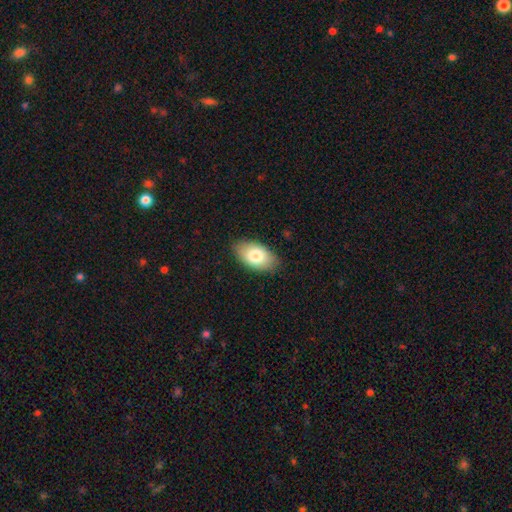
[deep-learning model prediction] A smooth galaxy with no disk features (79%) that is in between round and cigar-shaped (94%). Merging: none (85%).